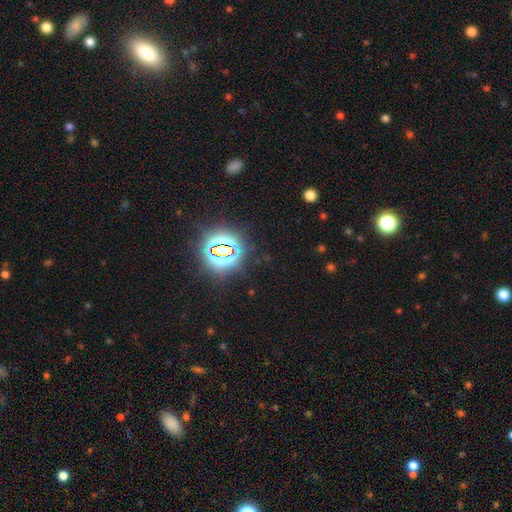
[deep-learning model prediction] Smooth or featured? Predicted: star or artifact (p=0.80).